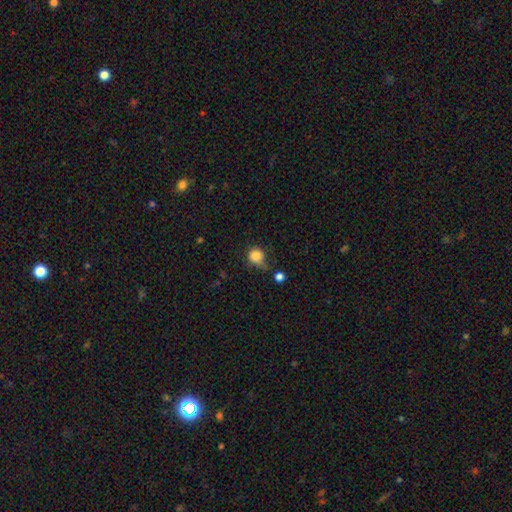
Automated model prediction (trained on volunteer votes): smooth-or-featured: smooth: 85% | star or artifact: 10% | featured or disk: 5%
  how-rounded: round: 86% | in between: 13% | cigar-shaped: 1%
  merging: none: 51% | minor disturbance: 30% | major disturbance: 11% | merger: 8%